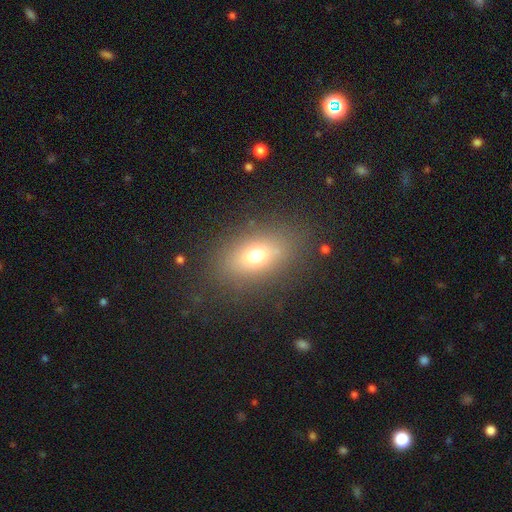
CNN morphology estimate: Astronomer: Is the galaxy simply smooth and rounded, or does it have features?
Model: smooth — 68%.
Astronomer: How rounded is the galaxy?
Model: in between — 76%.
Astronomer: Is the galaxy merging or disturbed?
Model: none — 80%.